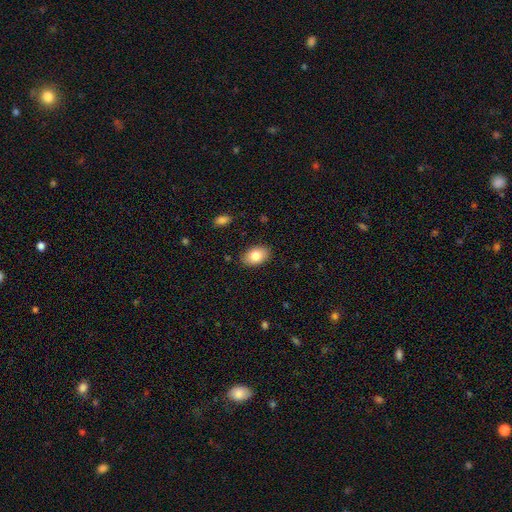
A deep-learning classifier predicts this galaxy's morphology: A smooth galaxy with no disk features (82%) that is in between round and cigar-shaped (89%). Merging: none (87%).